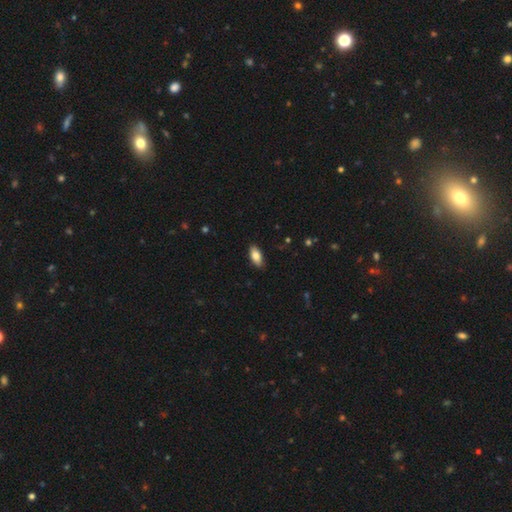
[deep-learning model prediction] smooth_or_featured: smooth (p=0.83) [alt: featured or disk p=0.10]
how_rounded: in between (p=0.89) [alt: cigar-shaped p=0.09]
merging: none (p=0.87) [alt: minor disturbance p=0.10]